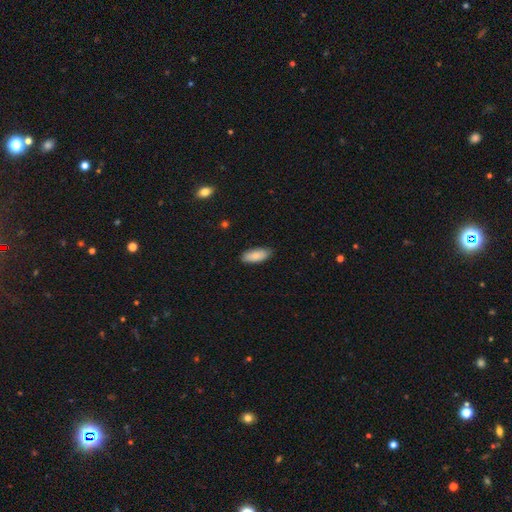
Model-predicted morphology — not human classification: Overall: smooth (86%). How rounded: in between (82%). Merging: none (87%).